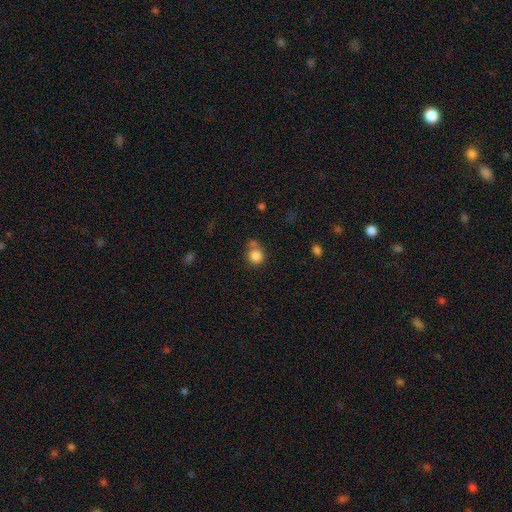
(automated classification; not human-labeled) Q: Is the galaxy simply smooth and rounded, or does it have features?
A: smooth — 84%.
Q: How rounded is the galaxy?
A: round — 89%.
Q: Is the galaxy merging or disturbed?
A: none — 58%.